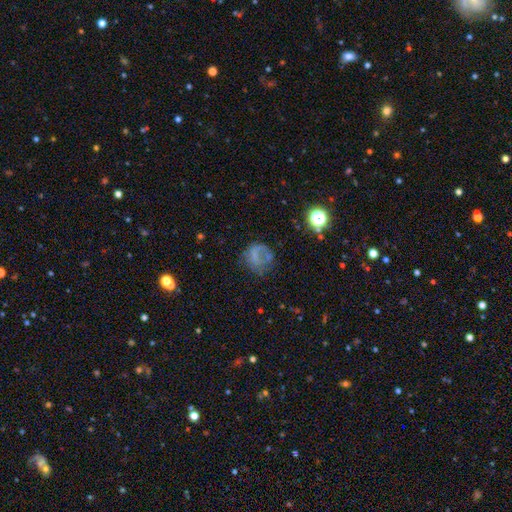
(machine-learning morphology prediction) Smooth or featured?
  - smooth: 47% *
  - featured or disk: 35%
  - star or artifact: 18%
Merging?
  - none: 45% *
  - major disturbance: 29%
  - minor disturbance: 22%
  - merger: 4%